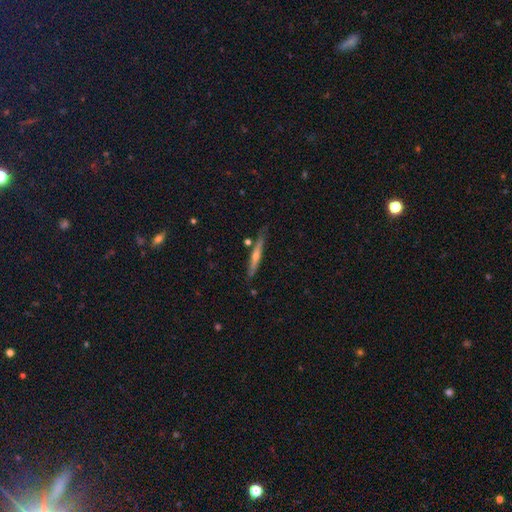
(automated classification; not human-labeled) This appears to be a featured or disk galaxy (68%) viewed edge-on (97%) with a rounded central bulge (76%). Merging: none (84%).